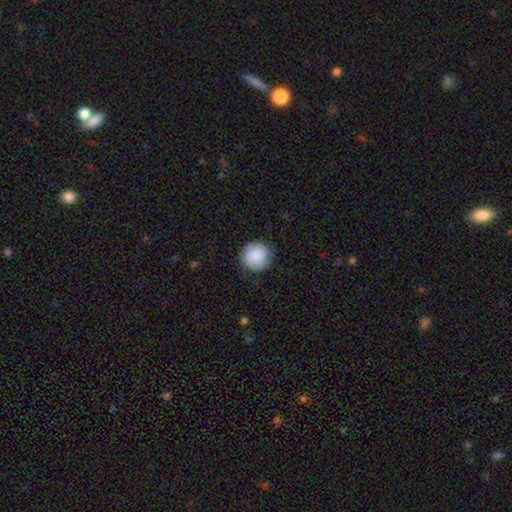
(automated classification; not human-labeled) Q: Smooth or featured?
A: smooth (82%); runner-up: featured or disk (11%)
Q: How rounded?
A: round (93%); runner-up: in between (6%)
Q: Merging?
A: none (86%); runner-up: minor disturbance (10%)